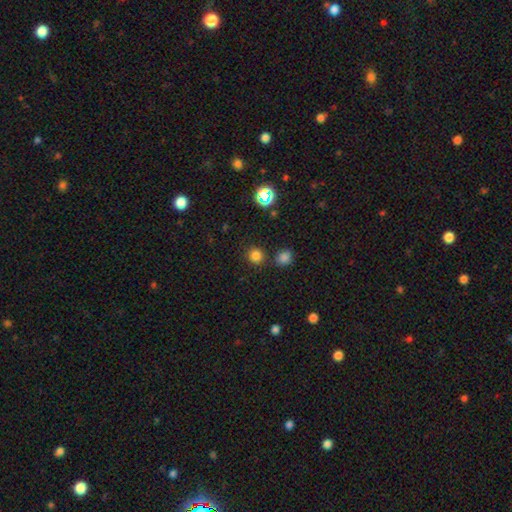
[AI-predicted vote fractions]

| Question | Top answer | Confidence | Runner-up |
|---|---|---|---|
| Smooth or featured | smooth | 78% | star or artifact (18%) |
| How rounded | round | 90% | in between (9%) |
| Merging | none | 82% | merger (8%) |